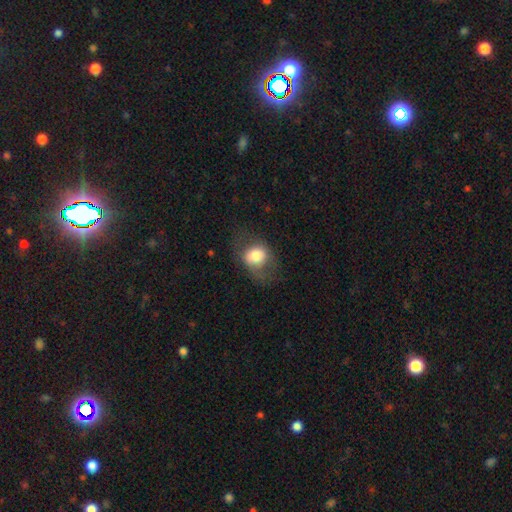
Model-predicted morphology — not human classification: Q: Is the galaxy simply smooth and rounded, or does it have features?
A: smooth — 70%.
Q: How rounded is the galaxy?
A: in between — 50%.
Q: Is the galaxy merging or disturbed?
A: none — 56%.